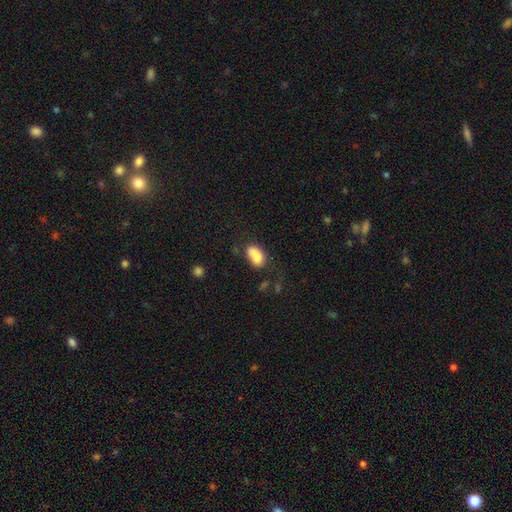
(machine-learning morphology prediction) Smooth or featured? smooth (81%)
How rounded? in between (88%)
Merging? none (47%)